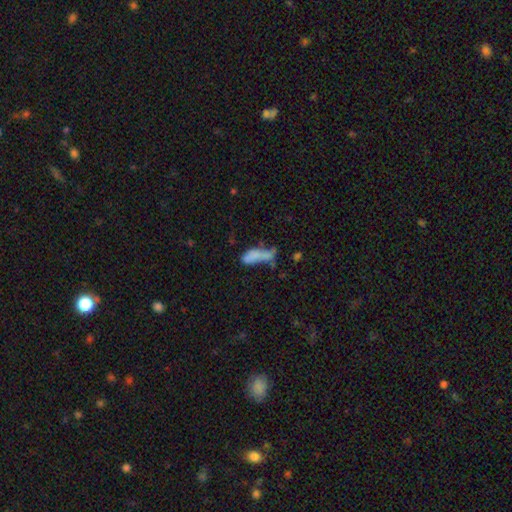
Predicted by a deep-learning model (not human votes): Smooth or featured? smooth (65%)
How rounded? in between (65%)
Merging? major disturbance (29%)